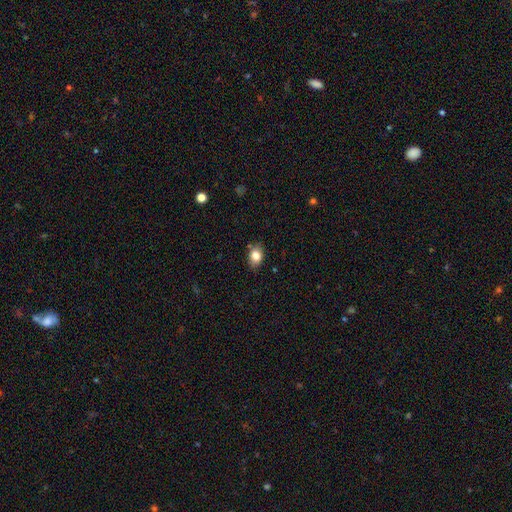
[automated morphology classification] This is clearly a smooth galaxy (83%). How rounded: likely in between (72%). Merging: clearly none (81%).